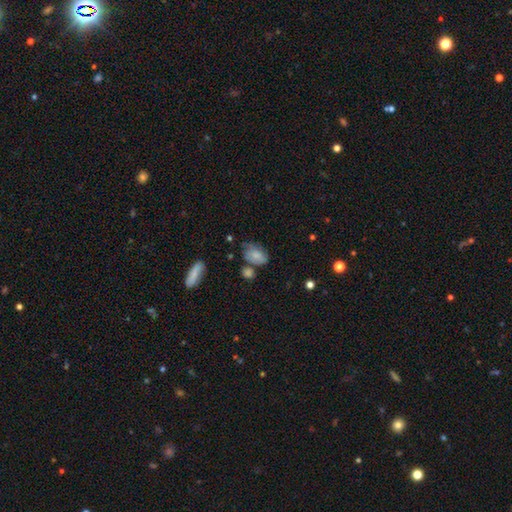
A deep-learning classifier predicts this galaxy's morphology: Smooth or featured? smooth (63%)
How rounded? in between (81%)
Merging? none (44%)